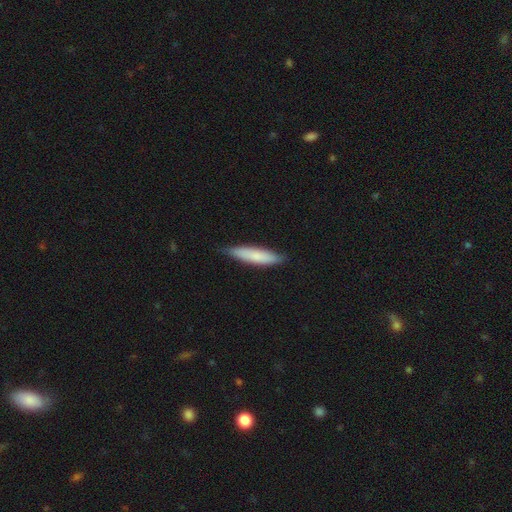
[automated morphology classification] A smooth galaxy with no disk features (75%) that is cigar-shaped (79%). Merging: none (81%).